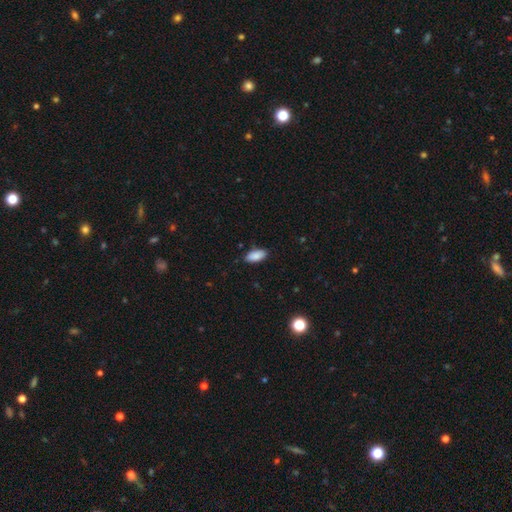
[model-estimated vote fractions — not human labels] Morphology: type=smooth (88%); roundness=in between (91%); merging=none (85%).